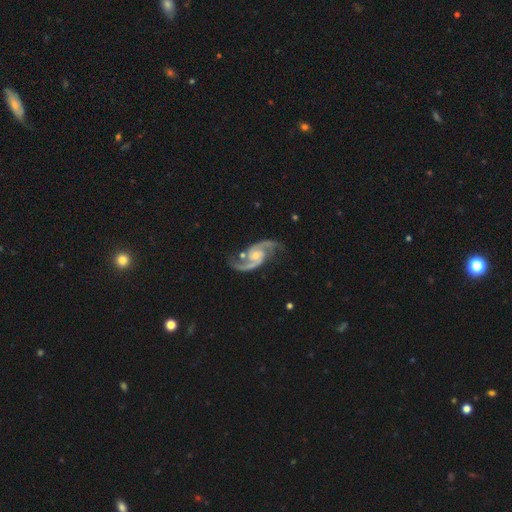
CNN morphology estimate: smooth_or_featured: featured or disk (p=0.94) [alt: star or artifact p=0.04]
disk_edge_on: no (p=0.98) [alt: yes p=0.02]
bar: no (p=0.56) [alt: weak p=0.35]
has_spiral_arms: yes (p=0.98) [alt: no p=0.02]
spiral_winding: medium (p=0.50) [alt: loose p=0.39]
spiral_arm_count: 2 (p=0.94) [alt: 3 p=0.01]
bulge_size: small (p=0.49) [alt: moderate p=0.44]
merging: none (p=0.75) [alt: minor disturbance p=0.15]